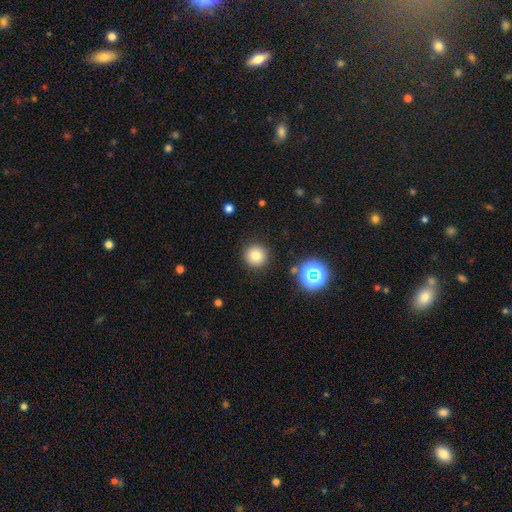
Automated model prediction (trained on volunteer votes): This appears to be a smooth galaxy with no disk features (78%) that is round (95%). Merging: none (90%).